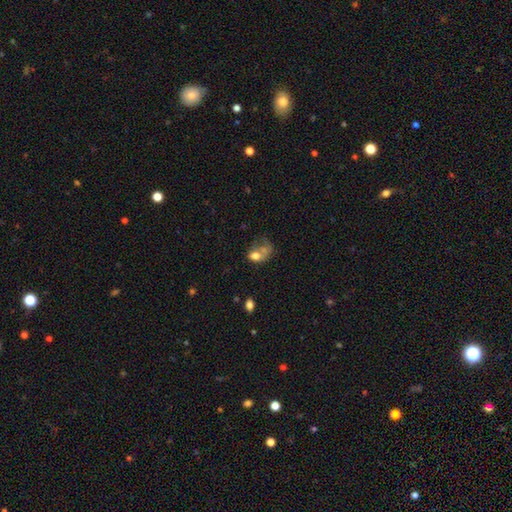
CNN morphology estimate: This is likely a smooth galaxy (64%). How rounded: likely in between (65%). Merging: marginally major disturbance (34%).